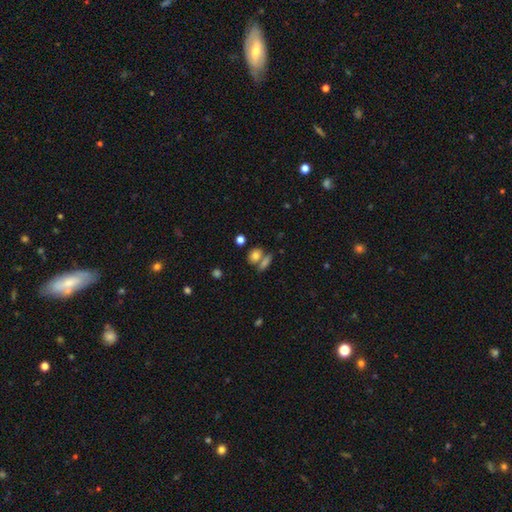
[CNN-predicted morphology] A smooth galaxy with no disk features (79%) that is in between round and cigar-shaped (55%).

Vote fractions:
- Smooth or featured? smooth: 79% / star or artifact: 10% / featured or disk: 10%
- How rounded? in between: 55% / round: 40% / cigar-shaped: 5%
- Merging? none: 50% / merger: 35% / minor disturbance: 10% / major disturbance: 4%